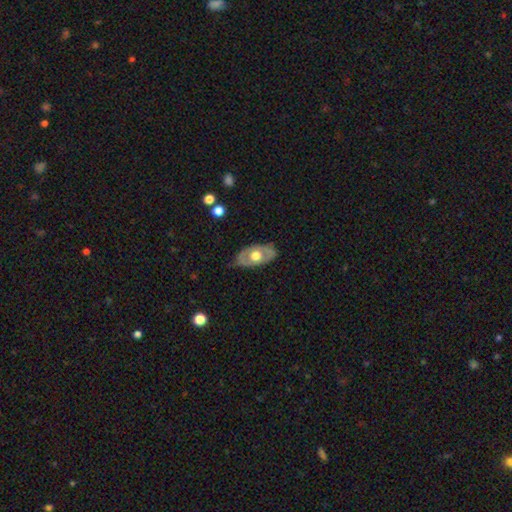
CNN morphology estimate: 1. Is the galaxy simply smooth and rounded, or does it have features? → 53% featured or disk, 42% smooth, 5% star or artifact.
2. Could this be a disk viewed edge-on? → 85% no, 15% yes.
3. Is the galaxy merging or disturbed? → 77% none, 17% minor disturbance, 4% major disturbance, 1% merger.